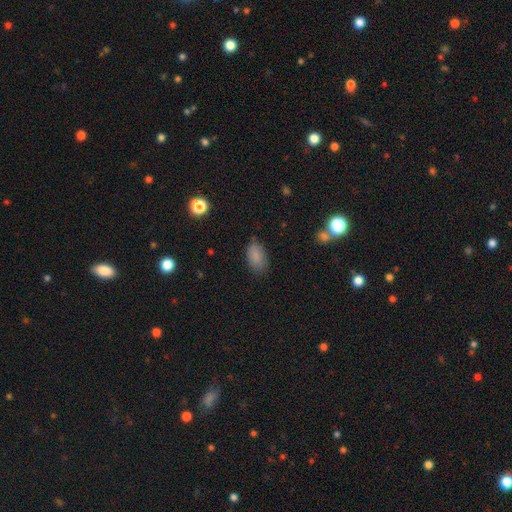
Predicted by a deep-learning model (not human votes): smooth_or_featured: smooth (p=0.85) [alt: star or artifact p=0.10]
how_rounded: in between (p=0.92) [alt: round p=0.05]
merging: none (p=0.78) [alt: minor disturbance p=0.17]